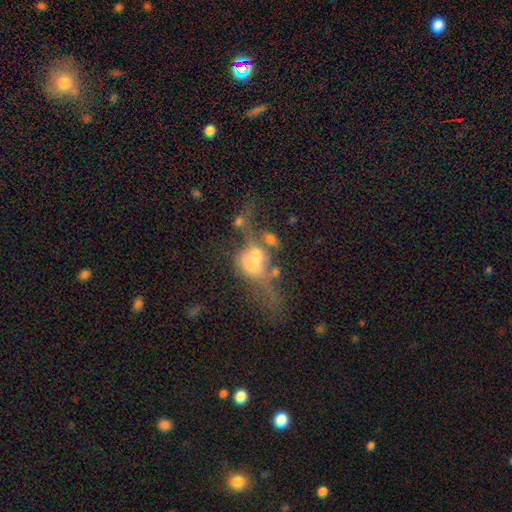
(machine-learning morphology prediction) featured or disk 47%, smooth 32%, star or artifact 21%. Down the decision tree: merging — merger (34%).